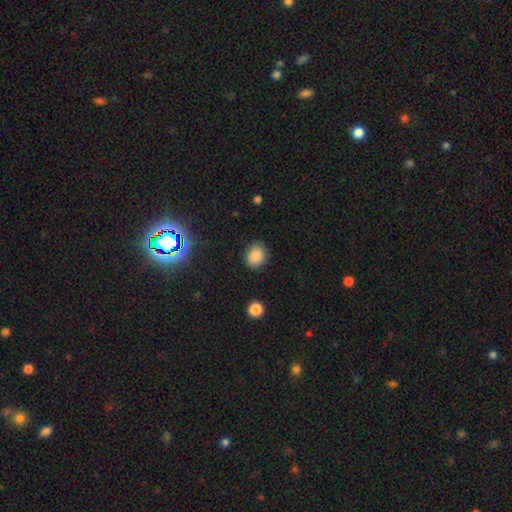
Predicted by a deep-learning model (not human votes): Smooth or featured: smooth — 86% (star or artifact — 10%)
How rounded: round — 56% (in between — 43%)
Merging: none — 85% (minor disturbance — 11%)